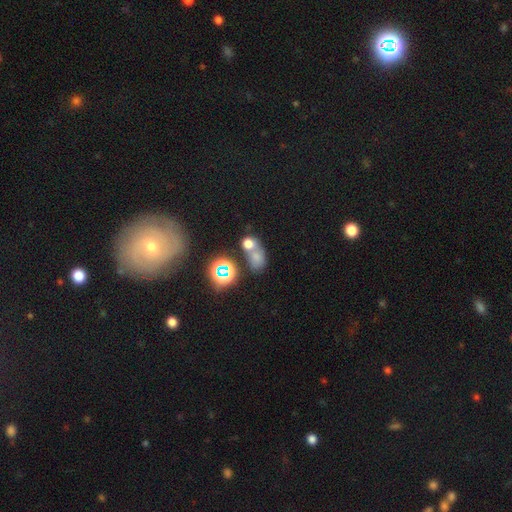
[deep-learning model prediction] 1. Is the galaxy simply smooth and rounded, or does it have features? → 59% smooth, 28% star or artifact, 13% featured or disk.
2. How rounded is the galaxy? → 53% in between, 45% round, 2% cigar-shaped.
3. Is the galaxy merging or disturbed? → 50% merger, 33% none, 10% minor disturbance, 7% major disturbance.